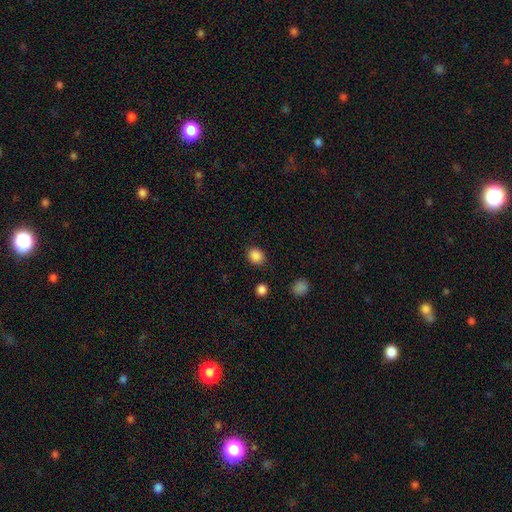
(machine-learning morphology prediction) This is clearly a smooth galaxy (86%). How rounded: likely round (70%). Merging: clearly none (84%).